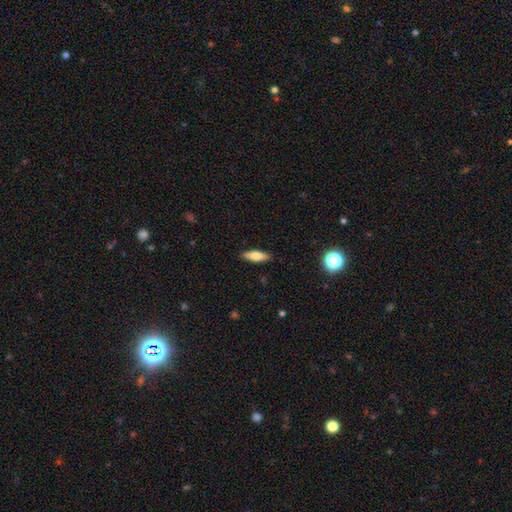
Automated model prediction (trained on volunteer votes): Smooth or featured?
  - smooth: 72% *
  - featured or disk: 21%
  - star or artifact: 7%
How rounded?
  - in between: 53% *
  - cigar-shaped: 45%
  - round: 2%
Merging?
  - none: 89% *
  - minor disturbance: 8%
  - major disturbance: 2%
  - merger: 1%